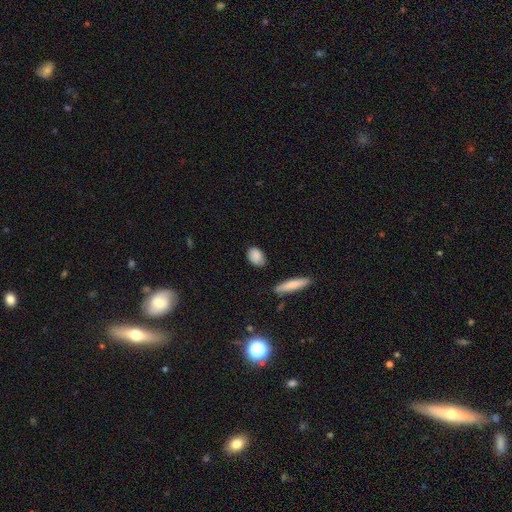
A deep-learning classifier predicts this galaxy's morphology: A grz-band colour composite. It shows a smooth galaxy with no disk features (86%) that is in between round and cigar-shaped (78%). Merging: none (77%).